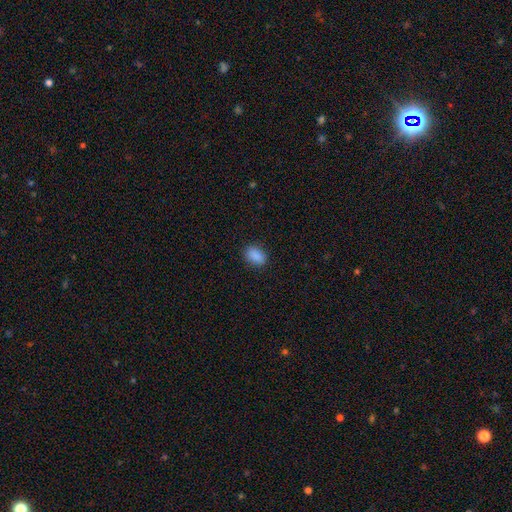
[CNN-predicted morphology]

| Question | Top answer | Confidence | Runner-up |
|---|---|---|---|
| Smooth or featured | smooth | 88% | star or artifact (8%) |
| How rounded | in between | 83% | round (15%) |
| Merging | none | 86% | minor disturbance (10%) |